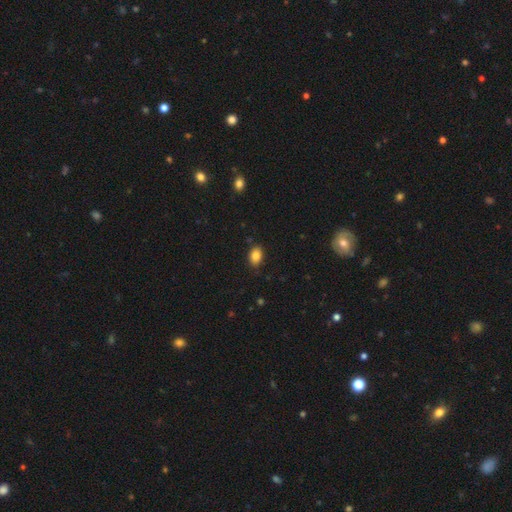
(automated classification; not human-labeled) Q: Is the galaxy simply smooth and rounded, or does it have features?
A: smooth — 85%.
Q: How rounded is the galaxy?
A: in between — 81%.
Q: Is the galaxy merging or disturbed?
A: none — 84%.